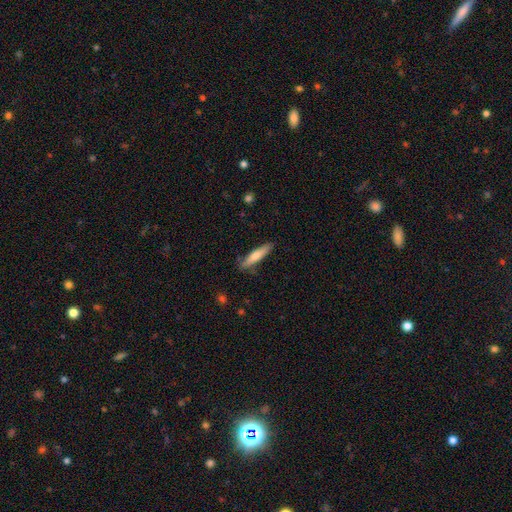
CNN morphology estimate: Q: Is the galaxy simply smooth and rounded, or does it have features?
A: smooth — 69%.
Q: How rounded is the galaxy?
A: cigar-shaped — 85%.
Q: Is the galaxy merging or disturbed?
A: none — 83%.